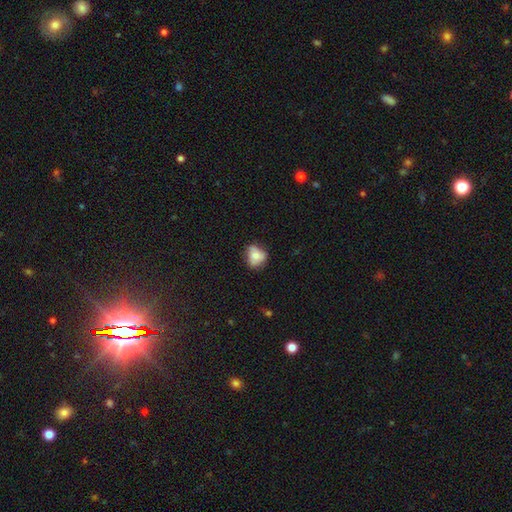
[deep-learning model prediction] Morphology: type=smooth (69%); roundness=round (58%); merging=none (54%).